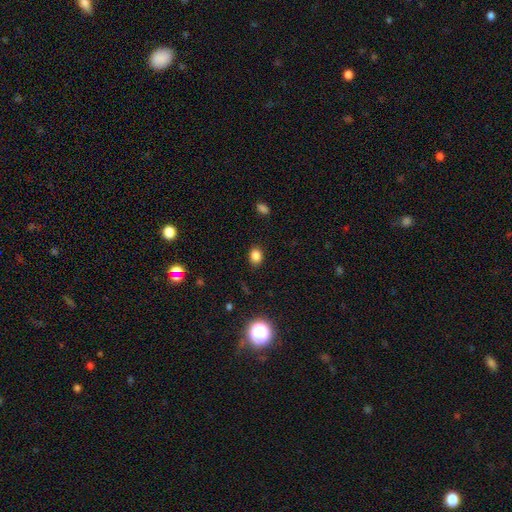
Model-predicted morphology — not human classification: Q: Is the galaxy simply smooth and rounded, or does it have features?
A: smooth — 82%.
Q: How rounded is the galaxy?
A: in between — 55%.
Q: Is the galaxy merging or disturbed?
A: none — 86%.